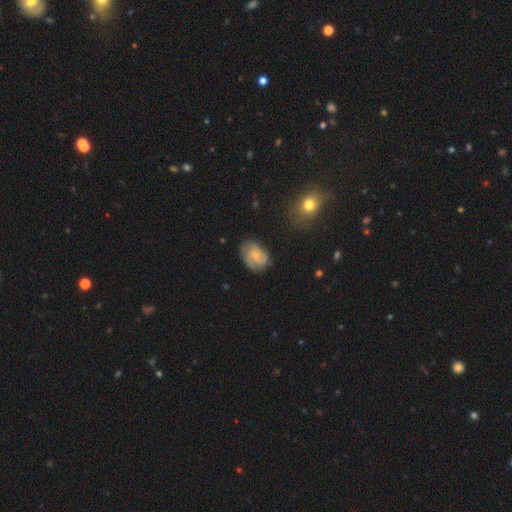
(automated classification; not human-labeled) This appears to be a featured or disk galaxy (71%) with no bar (63%), 2 (34%) tight (47%) spiral arms (93%) and a small central bulge (62%). Merging: none (71%).